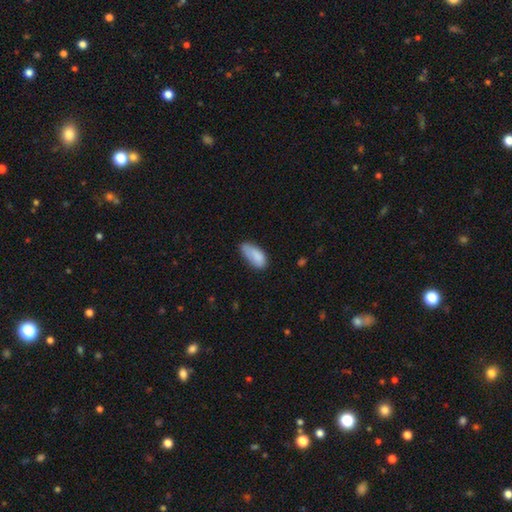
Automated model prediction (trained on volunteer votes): A smooth galaxy with no disk features (84%) that is in between round and cigar-shaped (88%).

Vote fractions:
- Smooth or featured? smooth: 84% / featured or disk: 9% / star or artifact: 7%
- How rounded? in between: 88% / cigar-shaped: 10% / round: 2%
- Merging? none: 50% / minor disturbance: 36% / major disturbance: 10% / merger: 4%